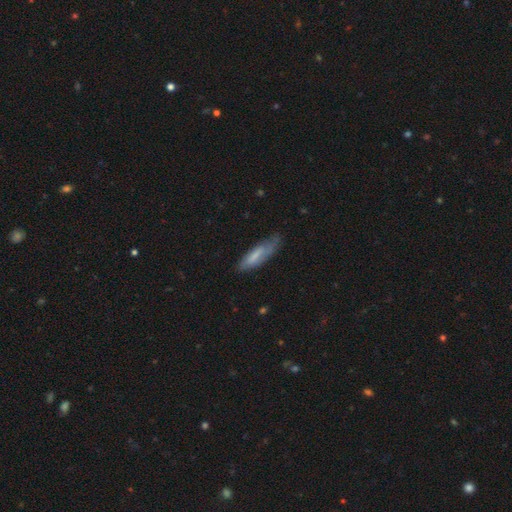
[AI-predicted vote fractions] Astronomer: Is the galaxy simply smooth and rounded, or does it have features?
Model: smooth — 64%.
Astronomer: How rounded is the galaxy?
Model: cigar-shaped — 60% (runner-up: in between, 39%).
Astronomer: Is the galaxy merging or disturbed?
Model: none — 56%.